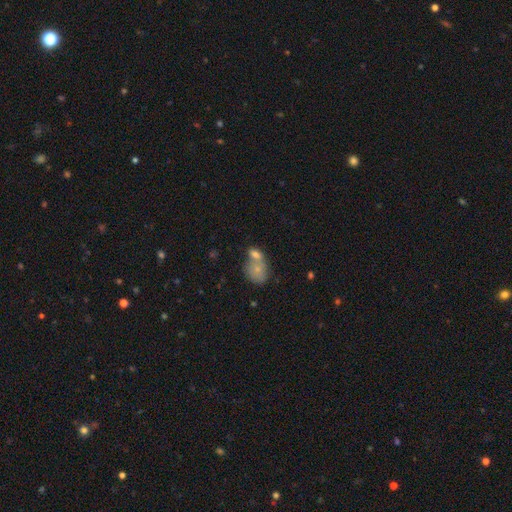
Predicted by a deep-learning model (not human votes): Q: Smooth or featured?
A: smooth (64%); runner-up: featured or disk (21%)
Q: How rounded?
A: in between (54%); runner-up: round (44%)
Q: Merging?
A: merger (52%); runner-up: none (34%)